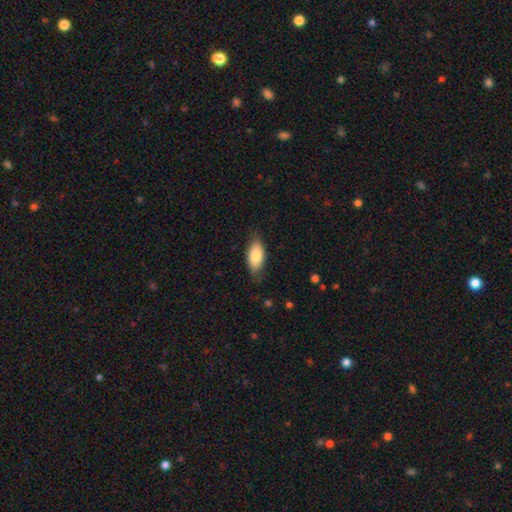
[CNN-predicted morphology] Q: Smooth or featured?
A: smooth (80%); runner-up: featured or disk (14%)
Q: How rounded?
A: in between (91%); runner-up: cigar-shaped (6%)
Q: Merging?
A: none (75%); runner-up: minor disturbance (20%)